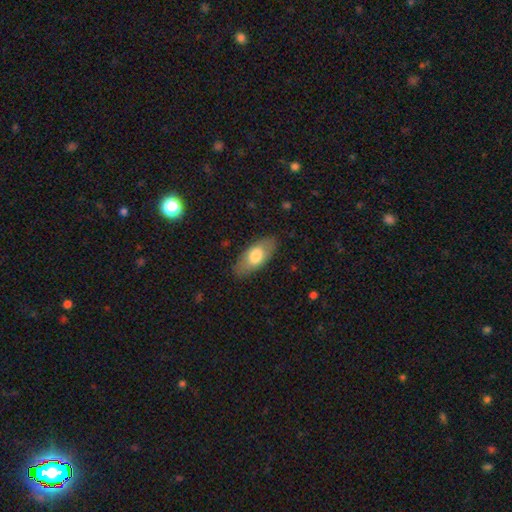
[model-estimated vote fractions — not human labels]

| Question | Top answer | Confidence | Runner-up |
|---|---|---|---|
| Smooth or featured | smooth | 72% | featured or disk (22%) |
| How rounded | in between | 90% | cigar-shaped (7%) |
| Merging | none | 84% | minor disturbance (12%) |